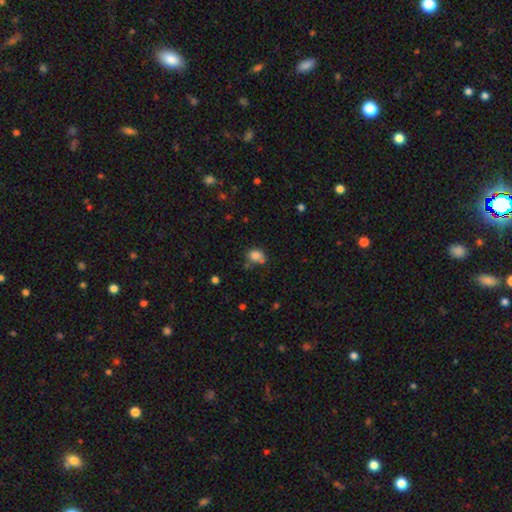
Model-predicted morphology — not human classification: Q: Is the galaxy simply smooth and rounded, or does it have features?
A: smooth — 82%.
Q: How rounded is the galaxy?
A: in between — 54%.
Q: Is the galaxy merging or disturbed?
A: none — 54%.